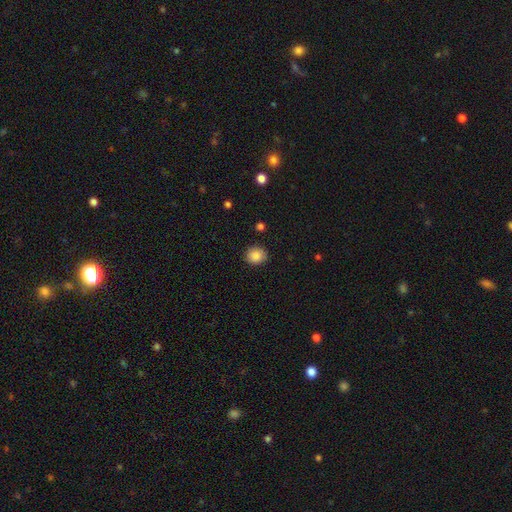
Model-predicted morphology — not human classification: Smooth or featured? Predicted: smooth (p=0.87). How rounded? Predicted: round (p=0.77). Merging? Predicted: none (p=0.86).